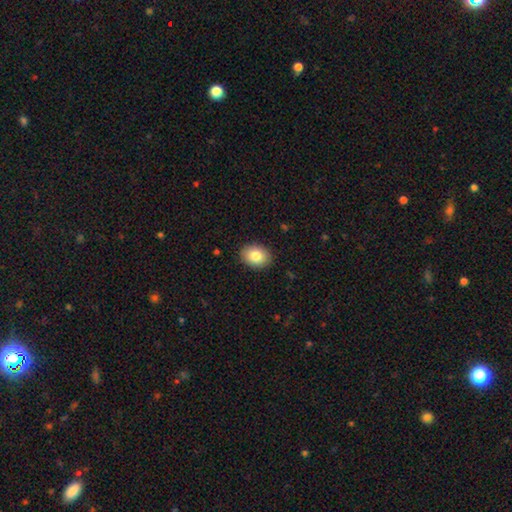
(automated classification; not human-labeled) smooth-or-featured: smooth: 83% | featured or disk: 9% | star or artifact: 8%
  how-rounded: in between: 67% | round: 32% | cigar-shaped: 1%
  merging: none: 89% | minor disturbance: 8% | major disturbance: 2% | merger: 1%